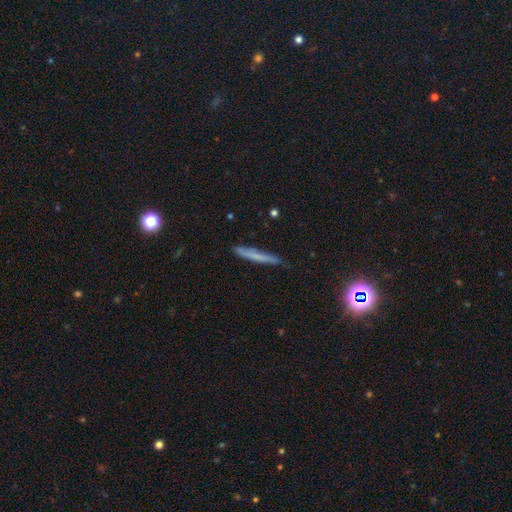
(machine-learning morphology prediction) type=smooth (61%); roundness=cigar-shaped (95%); merging=none (79%).